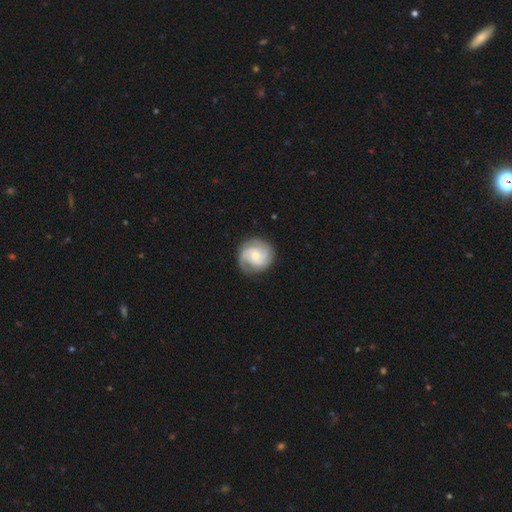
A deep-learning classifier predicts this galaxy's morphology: smooth_or_featured: featured or disk (p=0.76) [alt: smooth p=0.18]
disk_edge_on: no (p=0.98) [alt: yes p=0.02]
bar: no (p=0.64) [alt: weak p=0.31]
has_spiral_arms: yes (p=0.96) [alt: no p=0.04]
spiral_winding: tight (p=0.49) [alt: medium p=0.40]
spiral_arm_count: 2 (p=0.46) [alt: 3 p=0.30]
bulge_size: small (p=0.50) [alt: moderate p=0.41]
merging: none (p=0.82) [alt: minor disturbance p=0.13]